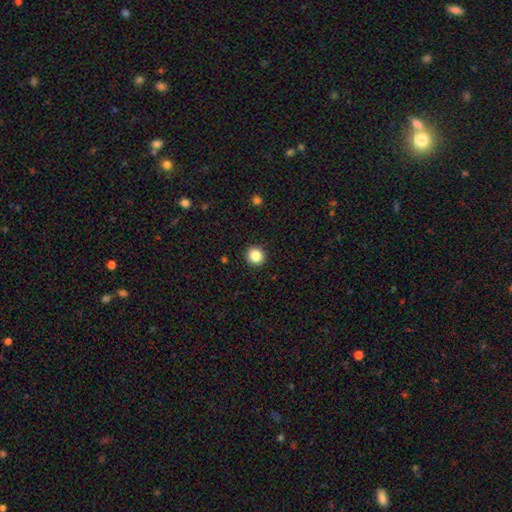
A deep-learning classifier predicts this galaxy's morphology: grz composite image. It shows a smooth galaxy with no disk features (86%) that is round (93%). Merging: none (93%).